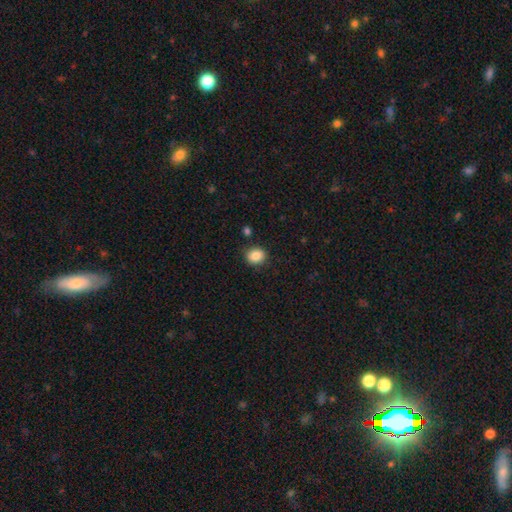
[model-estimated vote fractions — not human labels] Smooth or featured? Predicted: smooth (p=0.86). How rounded? Predicted: round (p=0.64). Merging? Predicted: none (p=0.86).